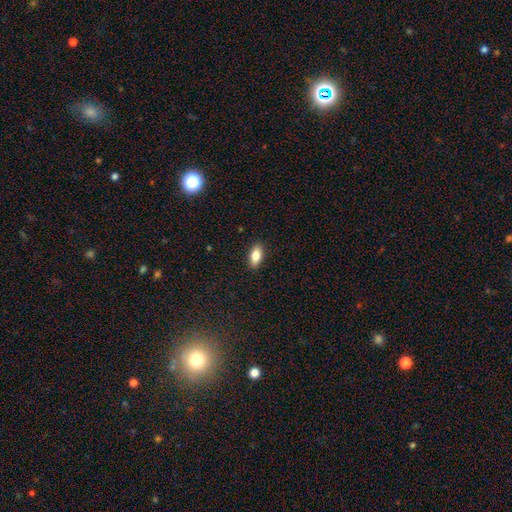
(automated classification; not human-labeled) This is clearly a smooth galaxy (83%). How rounded: clearly in between (88%). Merging: clearly none (89%).